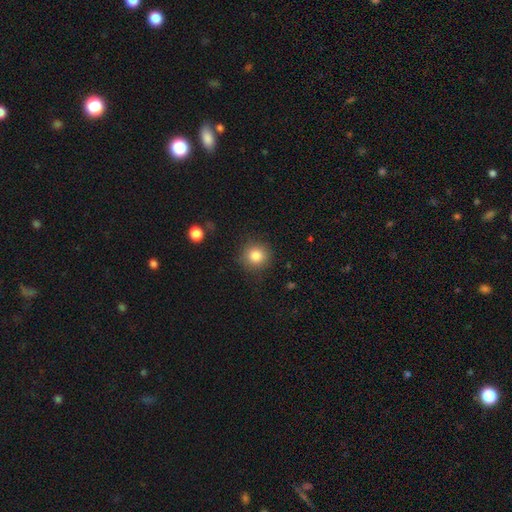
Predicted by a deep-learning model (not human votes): Morphology: type=smooth (83%); roundness=round (92%); merging=none (88%).